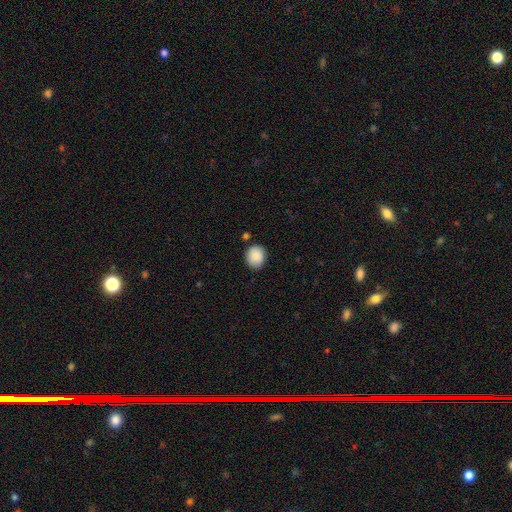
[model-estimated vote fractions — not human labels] Smooth or featured?
  - smooth: 89% *
  - star or artifact: 7%
  - featured or disk: 3%
How rounded?
  - round: 70% *
  - in between: 29%
  - cigar-shaped: 1%
Merging?
  - none: 81% *
  - minor disturbance: 13%
  - merger: 3%
  - major disturbance: 3%